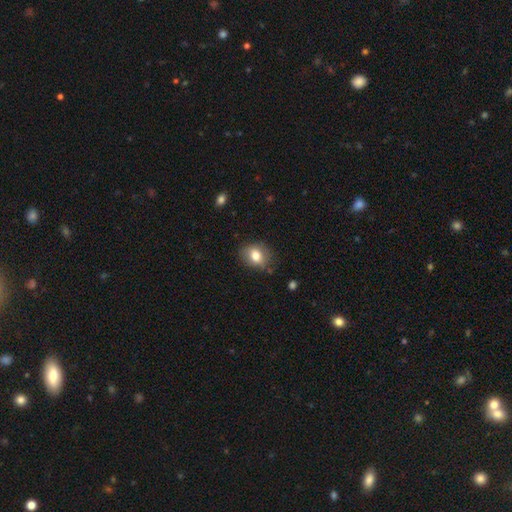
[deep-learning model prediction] Q: Smooth or featured?
A: smooth (77%); runner-up: featured or disk (14%)
Q: How rounded?
A: in between (51%); runner-up: round (48%)
Q: Merging?
A: none (78%); runner-up: minor disturbance (16%)